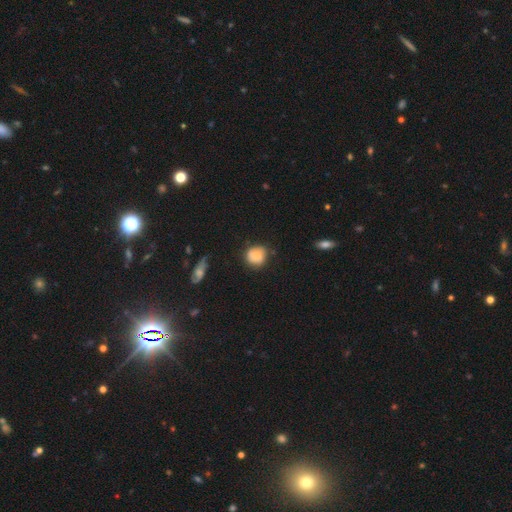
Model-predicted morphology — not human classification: smooth_or_featured: smooth (p=0.79) [alt: featured or disk p=0.13]
how_rounded: round (p=0.84) [alt: in between p=0.15]
merging: none (p=0.72) [alt: minor disturbance p=0.21]